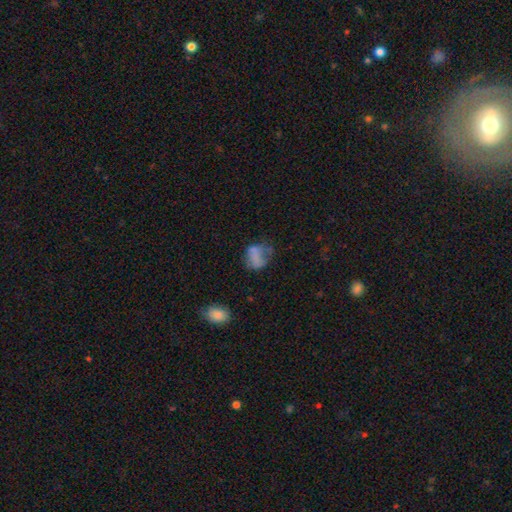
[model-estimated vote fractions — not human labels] Smooth or featured: smooth — 62% (featured or disk — 25%)
How rounded: in between — 57% (round — 41%)
Merging: none — 35% (major disturbance — 30%)